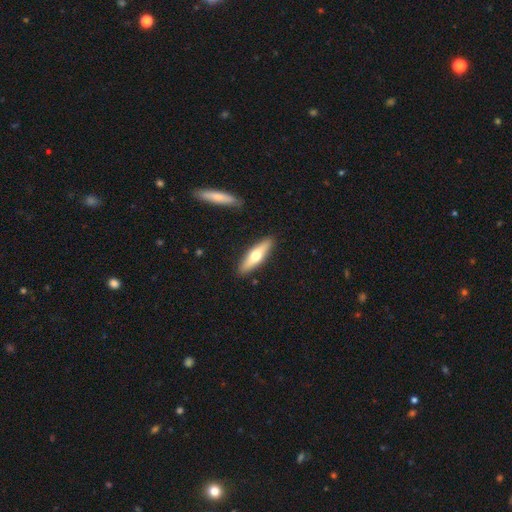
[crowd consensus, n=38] Smooth or featured: smooth — 55% (featured or disk — 39%)
How rounded: cigar-shaped — 57% (in between — 43%)
Merging: none — 89% (minor disturbance — 8%)